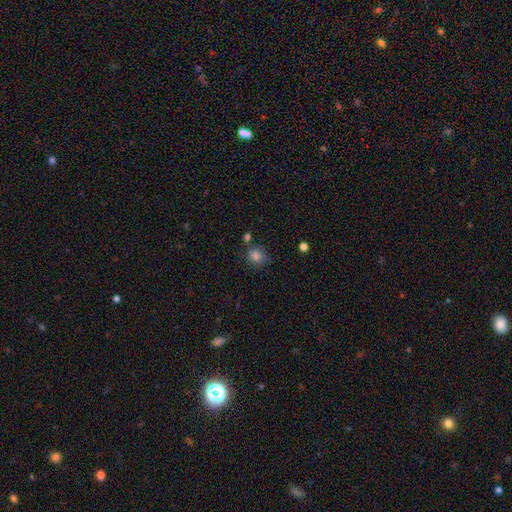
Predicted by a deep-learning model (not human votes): Morphology: type=smooth (83%); roundness=round (77%); merging=none (69%).